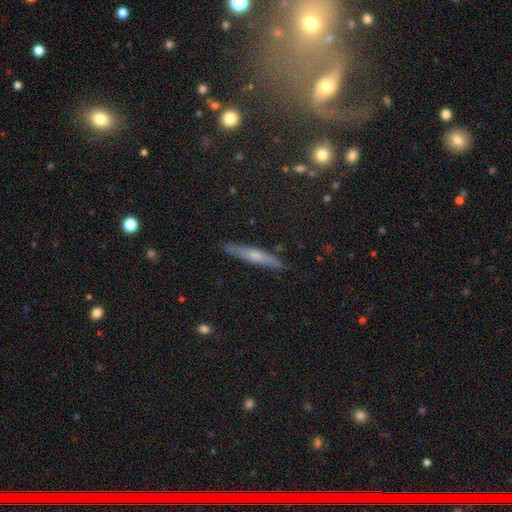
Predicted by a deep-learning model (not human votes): A smooth galaxy with no disk features (49%).

Vote fractions:
- Smooth or featured? smooth: 49% / featured or disk: 42% / star or artifact: 9%
- Merging? none: 85% / minor disturbance: 11% / major disturbance: 2% / merger: 1%